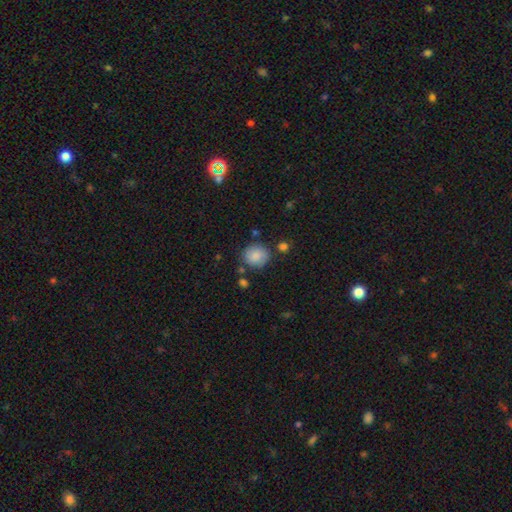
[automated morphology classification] This appears to be a smooth galaxy with no disk features (85%) that is round (83%). Merging: none (78%).